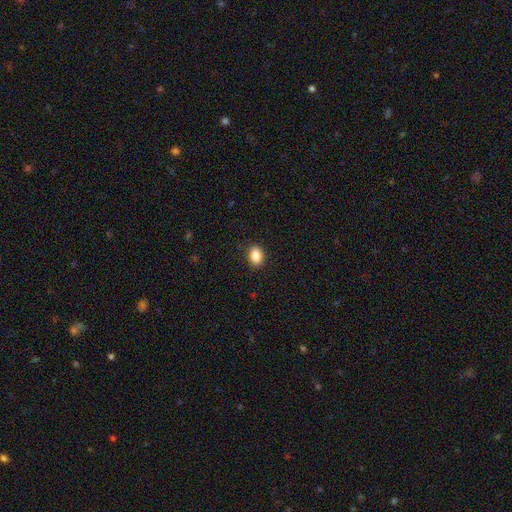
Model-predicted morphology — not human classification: smooth 87%, star or artifact 9%, featured or disk 4%. Down the decision tree: how rounded — in between (75%); merging — none (90%).